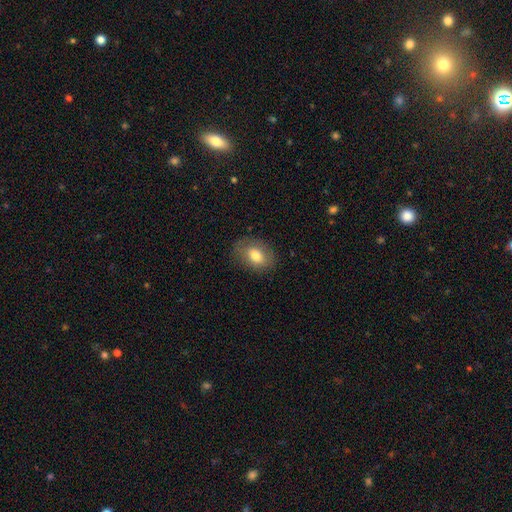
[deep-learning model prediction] A smooth galaxy with no disk features (74%) that is in between round and cigar-shaped (78%). Merging: none (78%).